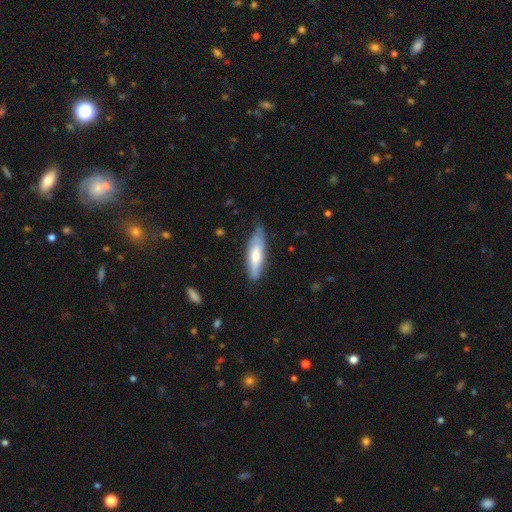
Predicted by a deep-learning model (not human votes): Smooth or featured: smooth — 62% (featured or disk — 33%)
How rounded: cigar-shaped — 54% (in between — 44%)
Merging: none — 66% (minor disturbance — 27%)